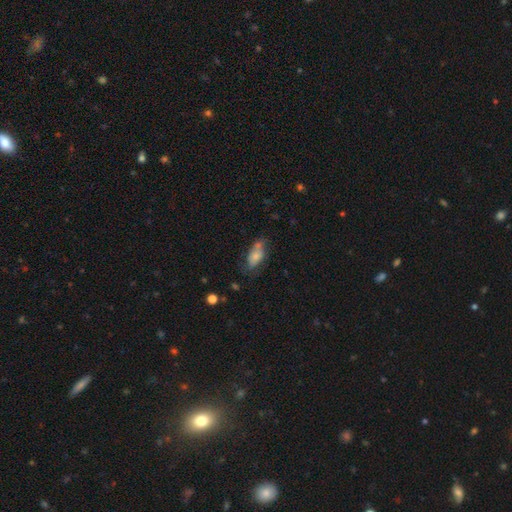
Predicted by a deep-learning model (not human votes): Smooth or featured?
  - smooth: 71% *
  - featured or disk: 21%
  - star or artifact: 8%
How rounded?
  - in between: 86% *
  - cigar-shaped: 9%
  - round: 5%
Merging?
  - none: 45% *
  - minor disturbance: 26%
  - merger: 17%
  - major disturbance: 12%